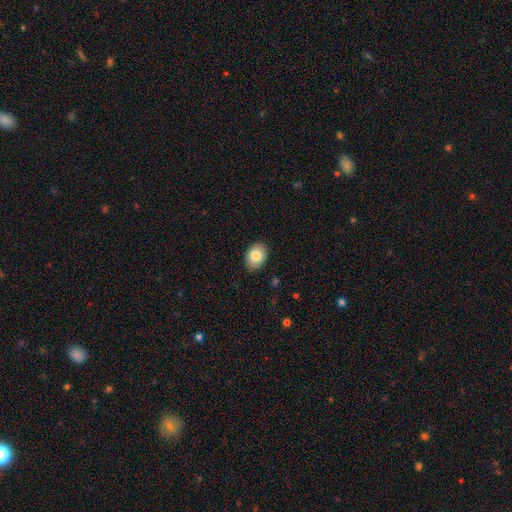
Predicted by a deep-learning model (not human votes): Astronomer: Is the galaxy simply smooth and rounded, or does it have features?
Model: smooth — 85%.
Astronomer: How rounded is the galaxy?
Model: in between — 76%.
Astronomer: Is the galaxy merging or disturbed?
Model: none — 88%.